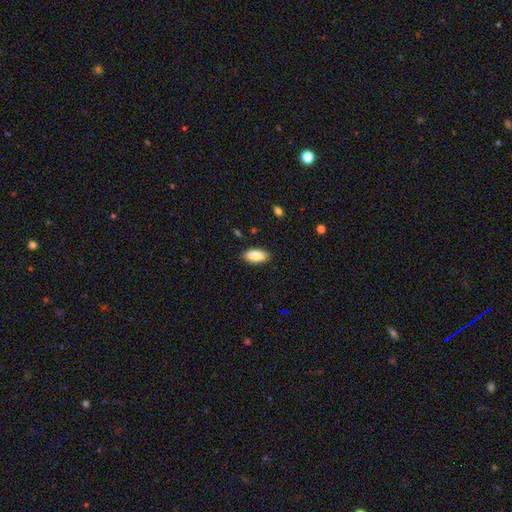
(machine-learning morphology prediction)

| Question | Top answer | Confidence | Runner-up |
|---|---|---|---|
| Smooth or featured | smooth | 77% | featured or disk (15%) |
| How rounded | in between | 86% | cigar-shaped (11%) |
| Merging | none | 84% | minor disturbance (12%) |